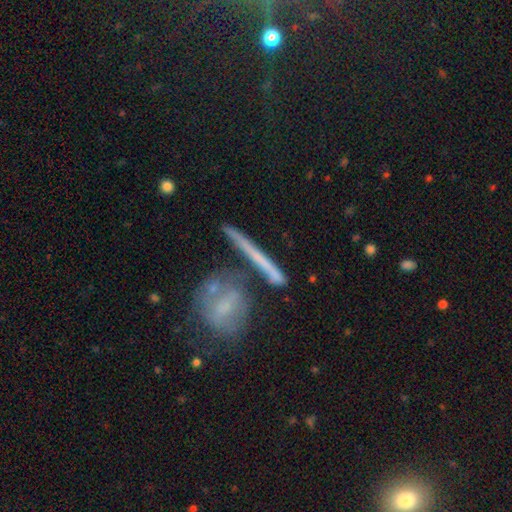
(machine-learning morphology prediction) The model was most divided on "smooth or featured": featured or disk: 45%, star or artifact: 29%, smooth: 26%. More confident: merging — none (63%).